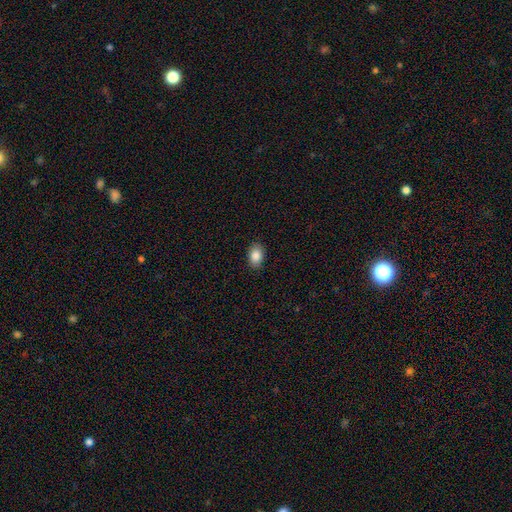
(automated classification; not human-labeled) Morphology: type=smooth (87%); roundness=in between (83%); merging=none (88%).